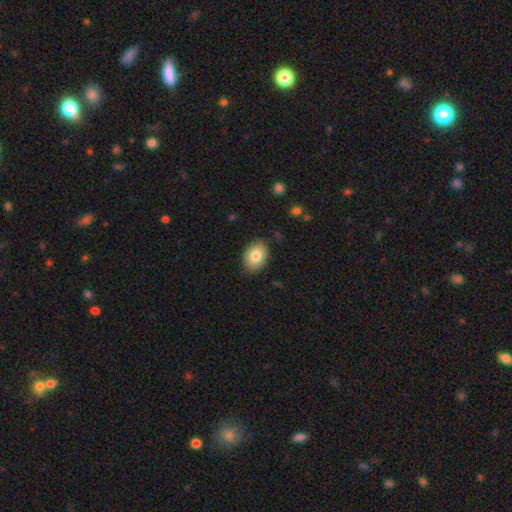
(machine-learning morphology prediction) Overall: smooth (82%). How rounded: in between (75%). Merging: none (87%).